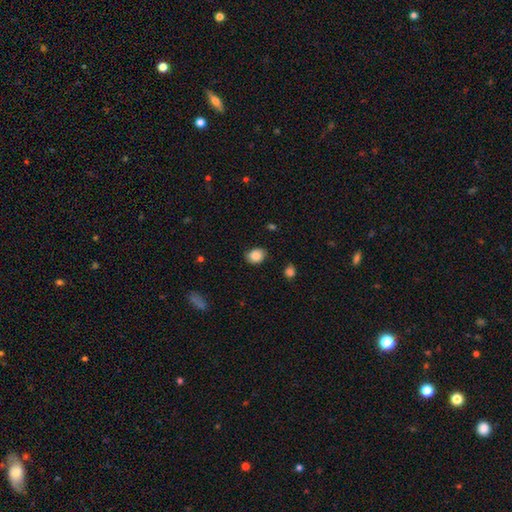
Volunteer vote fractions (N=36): Q: Smooth or featured?
A: smooth (92%); runner-up: star or artifact (6%)
Q: How rounded?
A: round (52%); runner-up: in between (48%)
Q: Merging?
A: none (74%); runner-up: minor disturbance (26%)